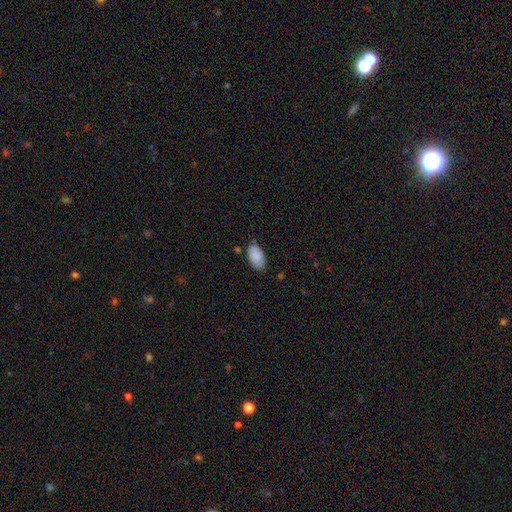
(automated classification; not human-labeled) Morphology: type=smooth (87%); roundness=in between (95%); merging=none (72%).